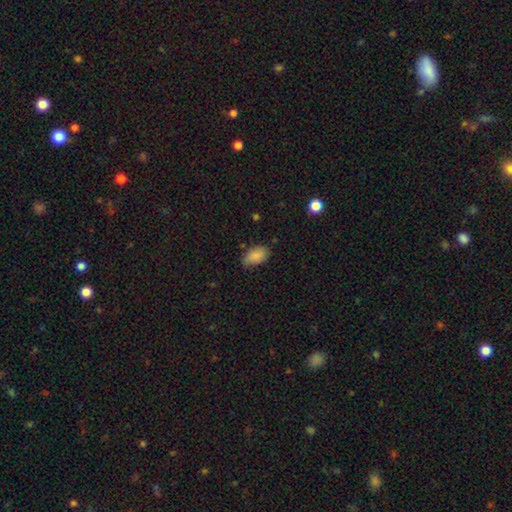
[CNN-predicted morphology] type=smooth (86%); roundness=in between (92%); merging=none (68%).